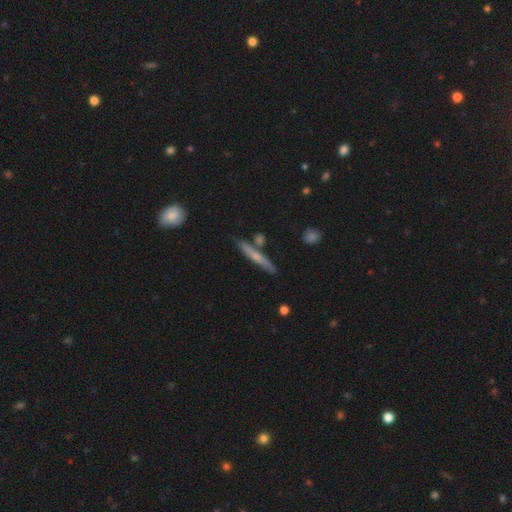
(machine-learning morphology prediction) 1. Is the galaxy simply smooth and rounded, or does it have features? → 52% smooth, 42% featured or disk, 6% star or artifact.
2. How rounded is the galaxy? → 93% cigar-shaped, 5% in between, 2% round.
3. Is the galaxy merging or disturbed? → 80% none, 11% minor disturbance, 7% merger, 2% major disturbance.